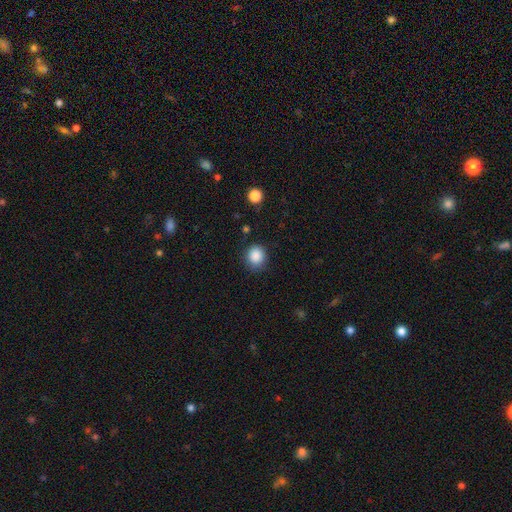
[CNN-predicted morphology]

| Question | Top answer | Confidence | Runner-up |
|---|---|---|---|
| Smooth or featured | smooth | 87% | star or artifact (10%) |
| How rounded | round | 81% | in between (18%) |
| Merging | none | 84% | minor disturbance (12%) |